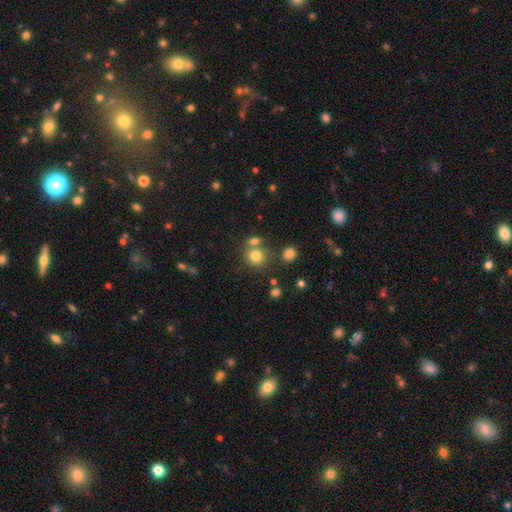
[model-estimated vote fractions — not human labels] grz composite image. It shows a smooth galaxy with no disk features (78%) that is round (82%). Merging: none (62%).